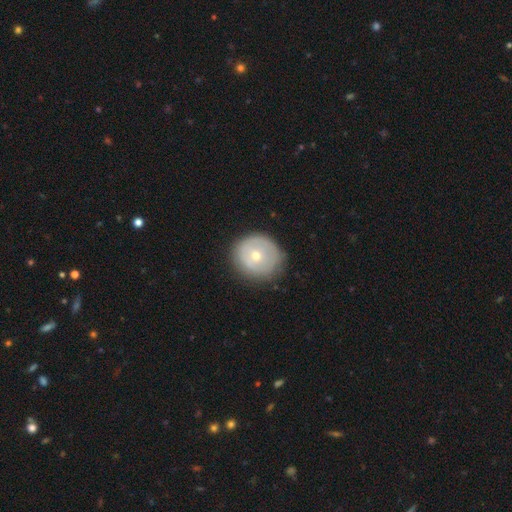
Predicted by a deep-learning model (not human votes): smooth_or_featured: smooth (p=0.55) [alt: featured or disk p=0.37]
how_rounded: round (p=0.91) [alt: in between p=0.08]
merging: none (p=0.81) [alt: minor disturbance p=0.14]